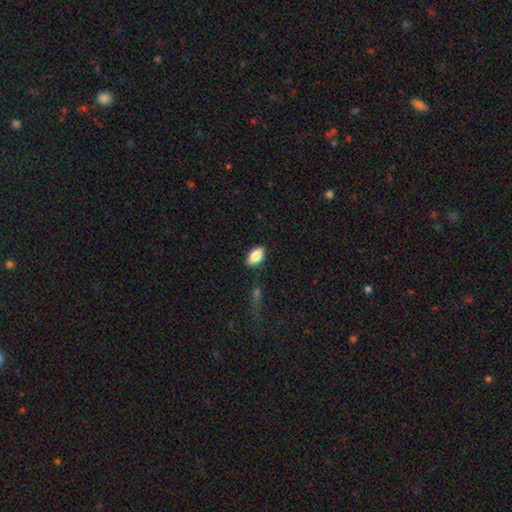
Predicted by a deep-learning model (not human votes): smooth-or-featured: smooth: 84% | featured or disk: 9% | star or artifact: 7%
  how-rounded: in between: 92% | round: 5% | cigar-shaped: 3%
  merging: none: 83% | minor disturbance: 11% | major disturbance: 3% | merger: 3%